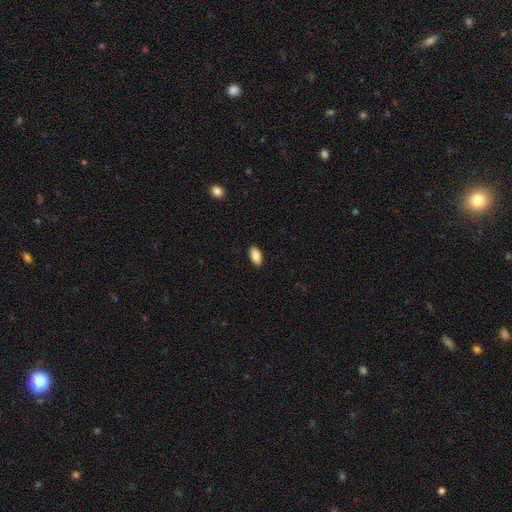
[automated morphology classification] Overall: smooth (88%). How rounded: in between (94%). Merging: none (90%).